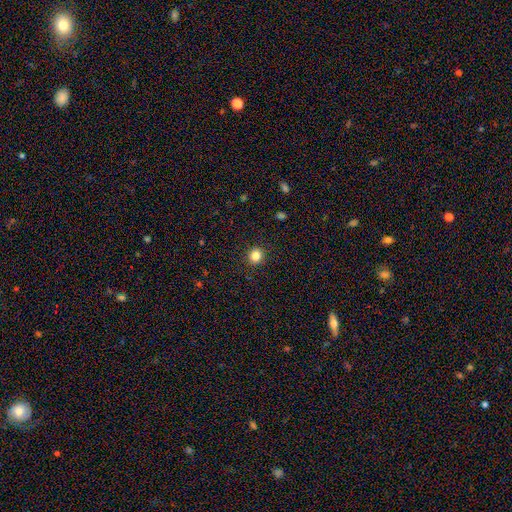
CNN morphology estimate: type=smooth (83%); roundness=round (90%); merging=none (92%).